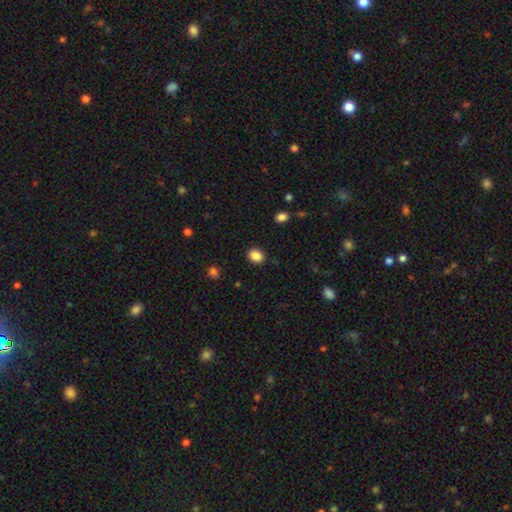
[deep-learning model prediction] Smooth or featured: smooth — 87% (star or artifact — 10%)
How rounded: round — 60% (in between — 39%)
Merging: none — 89% (minor disturbance — 7%)